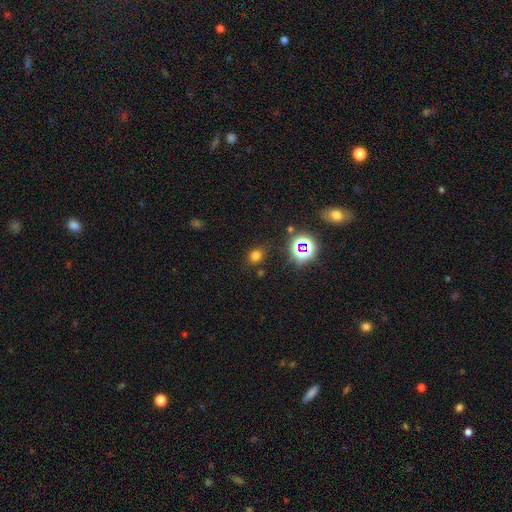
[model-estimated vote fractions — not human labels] smooth_or_featured: smooth (p=0.68) [alt: star or artifact p=0.26]
how_rounded: round (p=0.68) [alt: in between p=0.31]
merging: none (p=0.81) [alt: minor disturbance p=0.12]